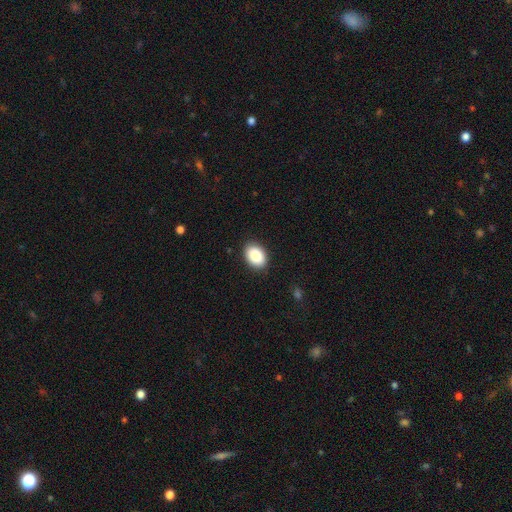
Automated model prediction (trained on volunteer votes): This appears to be a smooth galaxy with no disk features (88%) that is in between round and cigar-shaped (78%). Merging: none (89%).